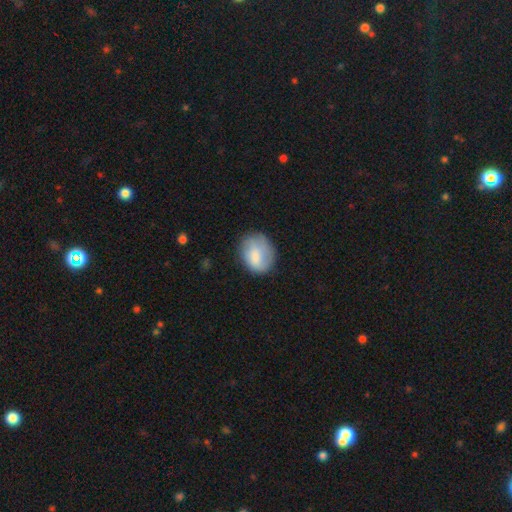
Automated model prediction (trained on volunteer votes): Smooth or featured? smooth (80%)
How rounded? in between (51%)
Merging? none (64%)